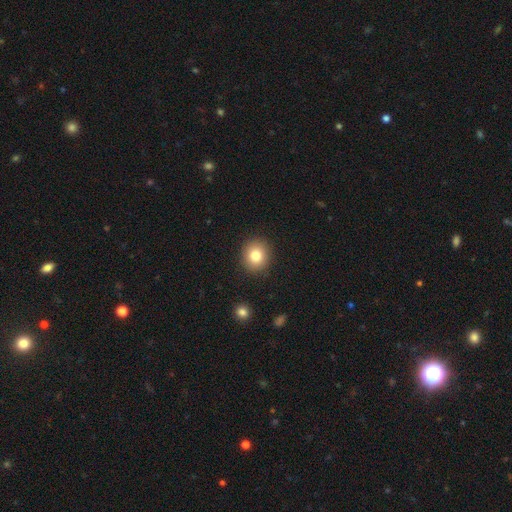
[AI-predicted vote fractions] A smooth galaxy with no disk features (80%) that is round (80%).

Vote fractions:
- Smooth or featured? smooth: 80% / star or artifact: 10% / featured or disk: 9%
- How rounded? round: 80% / in between: 19% / cigar-shaped: 1%
- Merging? none: 90% / minor disturbance: 7% / major disturbance: 2% / merger: 1%